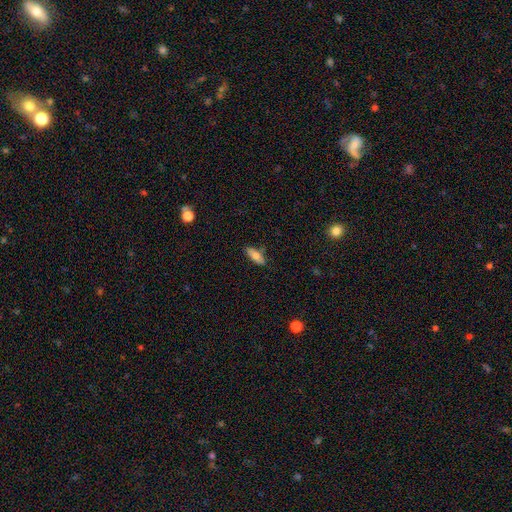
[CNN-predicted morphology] Smooth or featured: smooth — 71% (featured or disk — 22%)
How rounded: in between — 67% (cigar-shaped — 30%)
Merging: none — 79% (minor disturbance — 15%)